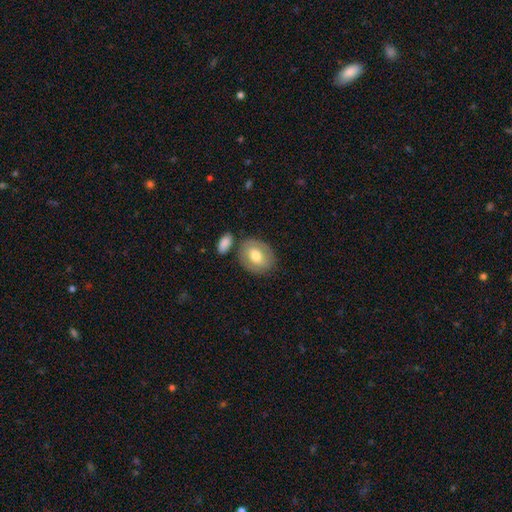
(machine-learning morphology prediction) Smooth or featured? smooth (61%)
How rounded? in between (54%)
Merging? none (72%)